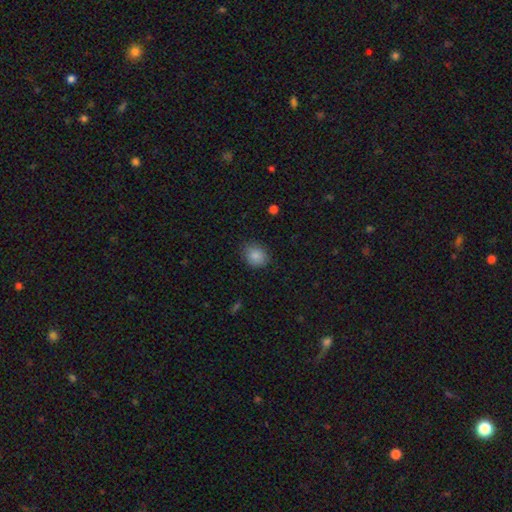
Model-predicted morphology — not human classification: This is clearly a smooth galaxy (85%). How rounded: likely round (65%). Merging: clearly none (83%).